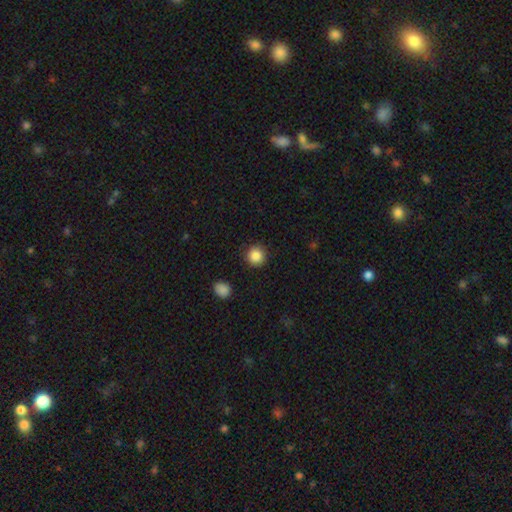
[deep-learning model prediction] This is clearly a smooth galaxy (87%). How rounded: clearly round (94%). Merging: clearly none (90%).